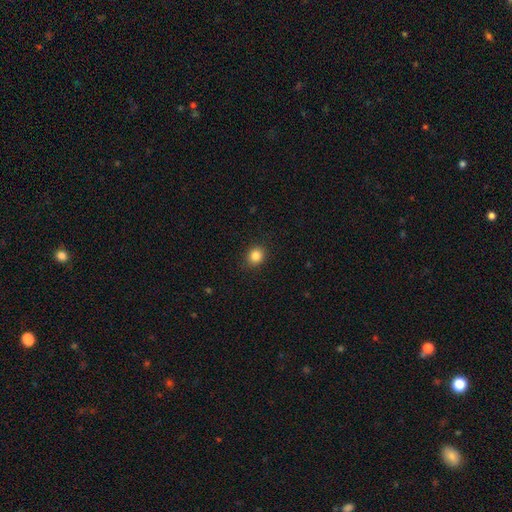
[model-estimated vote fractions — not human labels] smooth_or_featured: smooth (p=0.85) [alt: star or artifact p=0.11]
how_rounded: round (p=0.75) [alt: in between p=0.24]
merging: none (p=0.87) [alt: minor disturbance p=0.09]